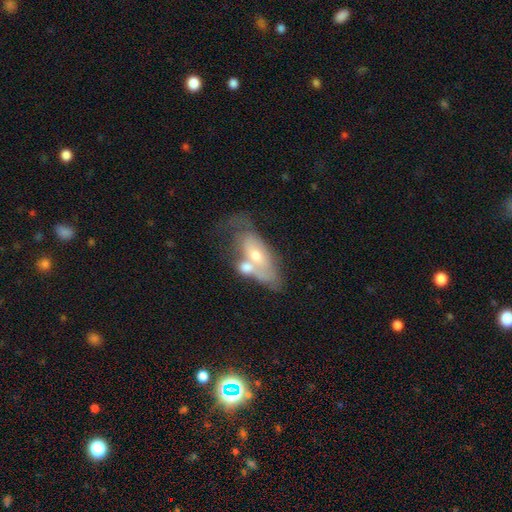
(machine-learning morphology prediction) Smooth or featured: featured or disk — 48% (smooth — 46%)
Merging: merger — 56% (none — 19%)